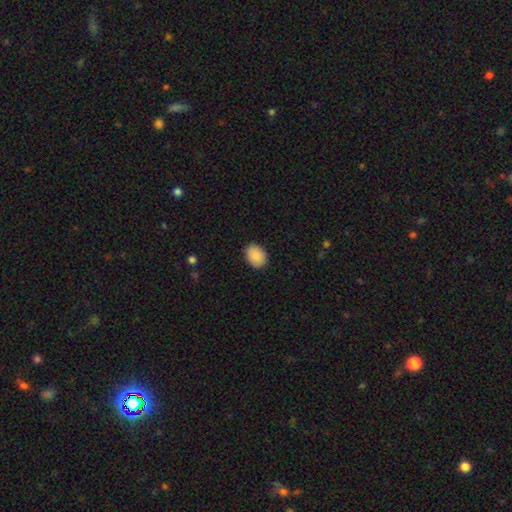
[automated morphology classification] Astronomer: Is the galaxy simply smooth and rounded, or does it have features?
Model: smooth — 90%.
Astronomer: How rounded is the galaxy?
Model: in between — 66%.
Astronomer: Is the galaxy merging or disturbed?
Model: none — 89%.